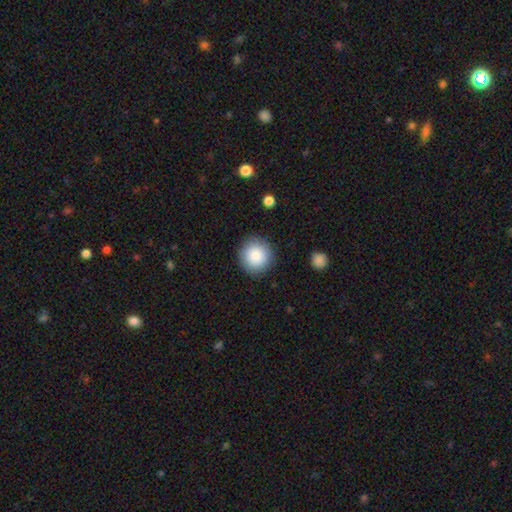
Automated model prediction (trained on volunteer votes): smooth-or-featured: smooth: 85% | star or artifact: 8% | featured or disk: 7%
  how-rounded: round: 92% | in between: 7% | cigar-shaped: 1%
  merging: none: 89% | minor disturbance: 8% | major disturbance: 2% | merger: 1%